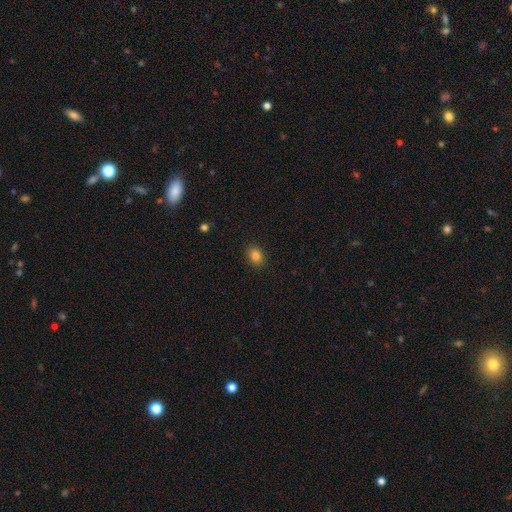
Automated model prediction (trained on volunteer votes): A smooth galaxy with no disk features (84%) that is in between round and cigar-shaped (61%). Merging: none (89%).